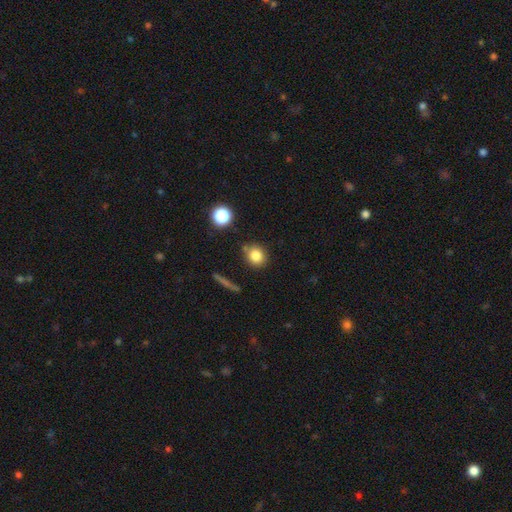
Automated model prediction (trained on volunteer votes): Q: Smooth or featured?
A: smooth (82%); runner-up: star or artifact (11%)
Q: How rounded?
A: round (77%); runner-up: in between (21%)
Q: Merging?
A: none (76%); runner-up: minor disturbance (14%)